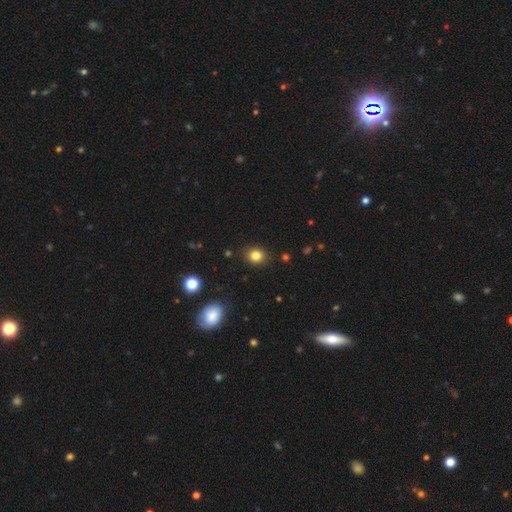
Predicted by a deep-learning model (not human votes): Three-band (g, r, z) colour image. It shows a smooth galaxy with no disk features (83%) that is round (66%). Merging: none (88%).